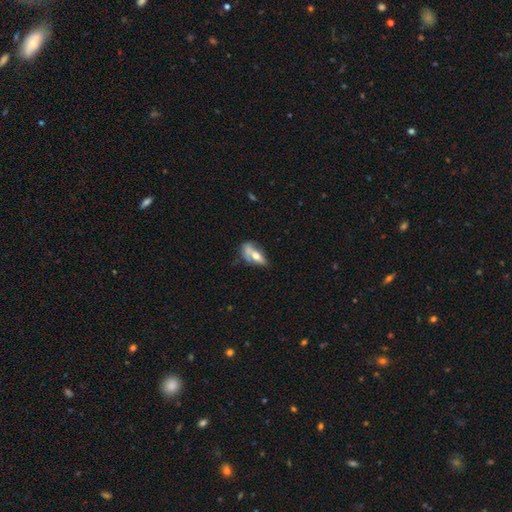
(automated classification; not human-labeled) smooth-or-featured: smooth: 51% | featured or disk: 41% | star or artifact: 8%
  how-rounded: in between: 67% | cigar-shaped: 28% | round: 5%
  merging: none: 35% | minor disturbance: 24% | merger: 23% | major disturbance: 19%